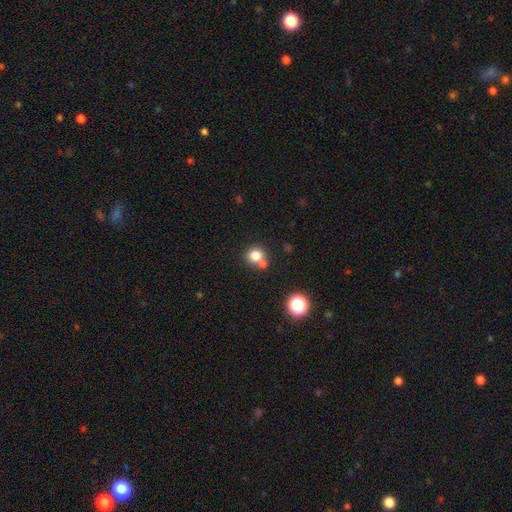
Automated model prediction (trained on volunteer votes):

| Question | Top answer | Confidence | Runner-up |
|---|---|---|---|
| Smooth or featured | smooth | 79% | star or artifact (13%) |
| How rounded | round | 86% | in between (13%) |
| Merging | none | 60% | merger (29%) |